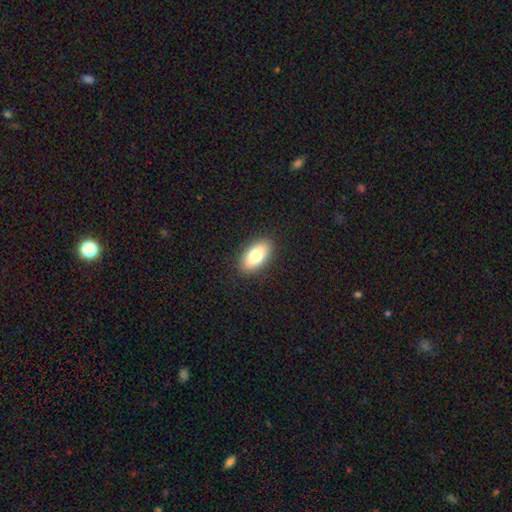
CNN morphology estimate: smooth-or-featured: smooth: 80% | featured or disk: 13% | star or artifact: 7%
  how-rounded: in between: 93% | round: 4% | cigar-shaped: 3%
  merging: none: 89% | minor disturbance: 8% | major disturbance: 2% | merger: 1%